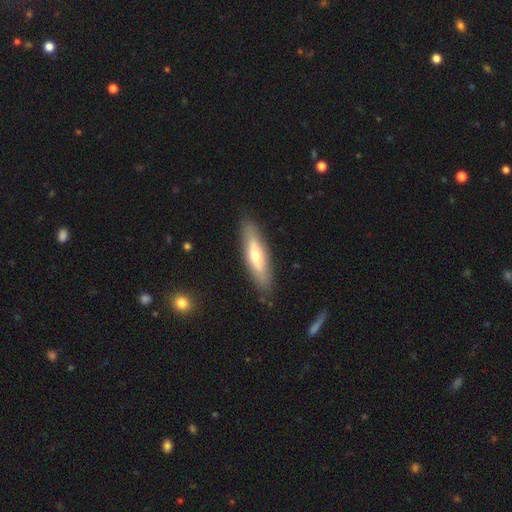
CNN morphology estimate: type=smooth (49%); merging=none (84%).